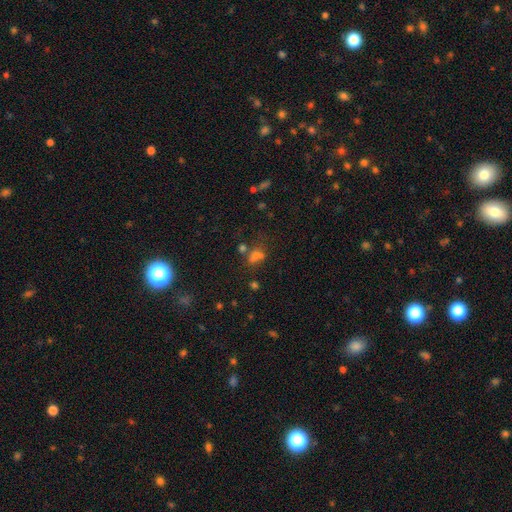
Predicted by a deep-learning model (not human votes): smooth-or-featured: smooth: 53% | star or artifact: 33% | featured or disk: 14%
  how-rounded: in between: 59% | round: 37% | cigar-shaped: 4%
  merging: none: 43% | merger: 29% | minor disturbance: 16% | major disturbance: 13%